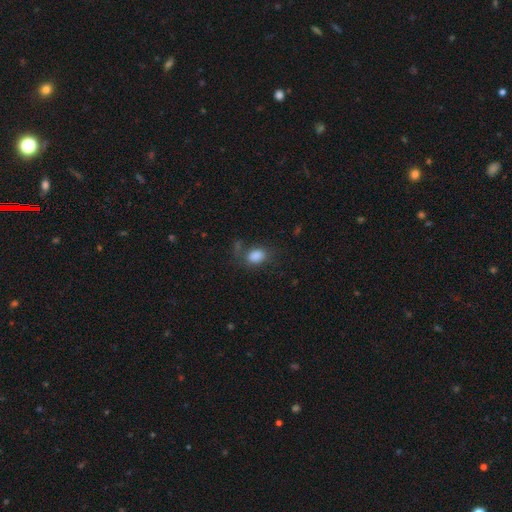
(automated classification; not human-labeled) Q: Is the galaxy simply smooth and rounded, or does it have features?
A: smooth — 84%.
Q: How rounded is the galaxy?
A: in between — 74%.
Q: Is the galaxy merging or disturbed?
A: none — 59%.